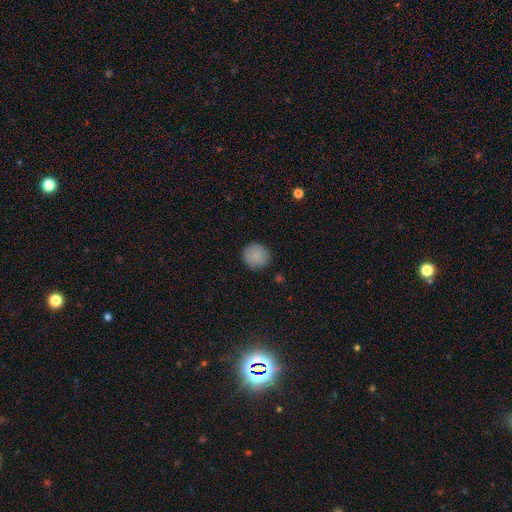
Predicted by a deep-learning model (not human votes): Overall: smooth (85%). How rounded: round (94%). Merging: none (88%).